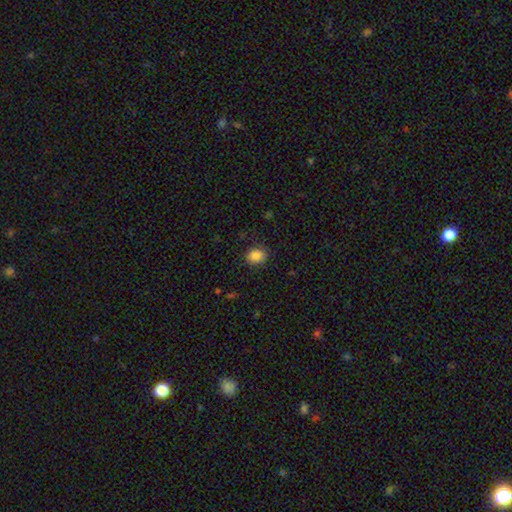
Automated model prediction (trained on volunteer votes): A smooth galaxy with no disk features (86%) that is round (54%). Merging: none (86%).